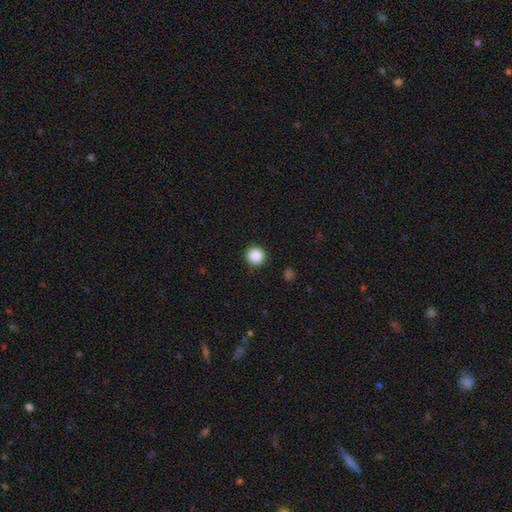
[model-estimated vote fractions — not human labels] A smooth galaxy with no disk features (87%) that is round (94%).

Vote fractions:
- Smooth or featured? smooth: 87% / star or artifact: 9% / featured or disk: 4%
- How rounded? round: 94% / in between: 5% / cigar-shaped: 1%
- Merging? none: 91% / minor disturbance: 6% / major disturbance: 2% / merger: 1%